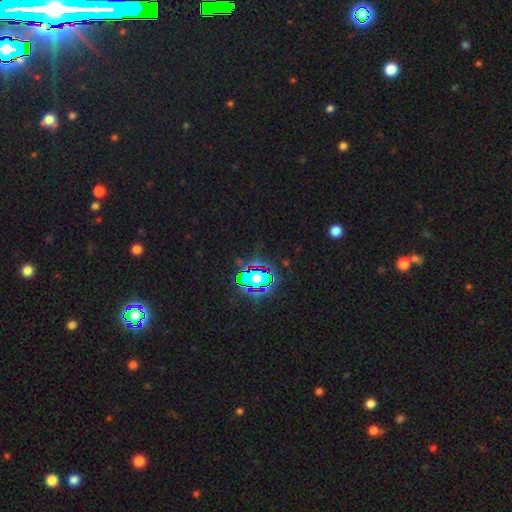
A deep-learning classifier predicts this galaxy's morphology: The model was most divided on "smooth or featured": star or artifact: 78%, smooth: 13%, featured or disk: 8%.